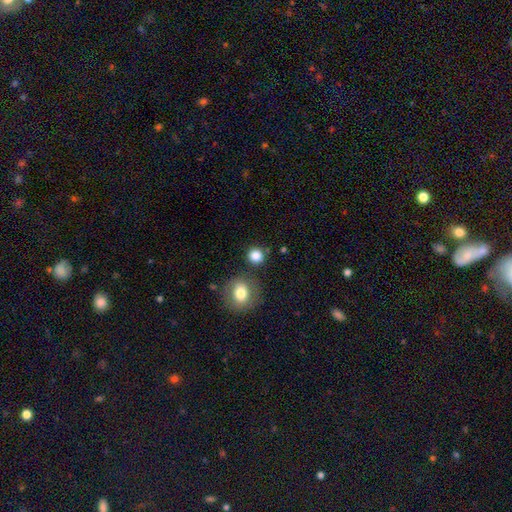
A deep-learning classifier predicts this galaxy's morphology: Smooth or featured: smooth — 84% (star or artifact — 11%)
How rounded: round — 90% (in between — 9%)
Merging: none — 81% (minor disturbance — 9%)